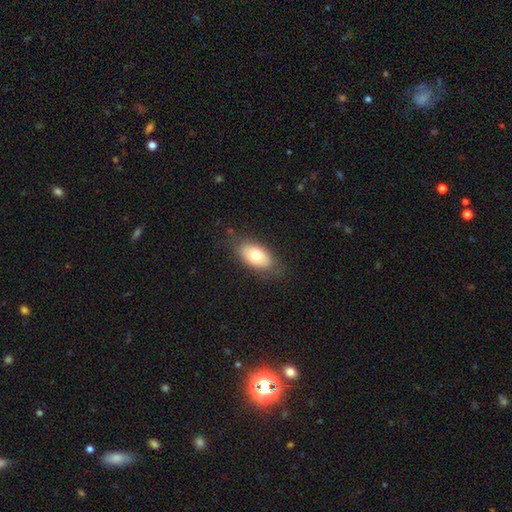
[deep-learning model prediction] smooth 73%, featured or disk 20%, star or artifact 7%. Down the decision tree: how rounded — in between (92%); merging — none (79%).